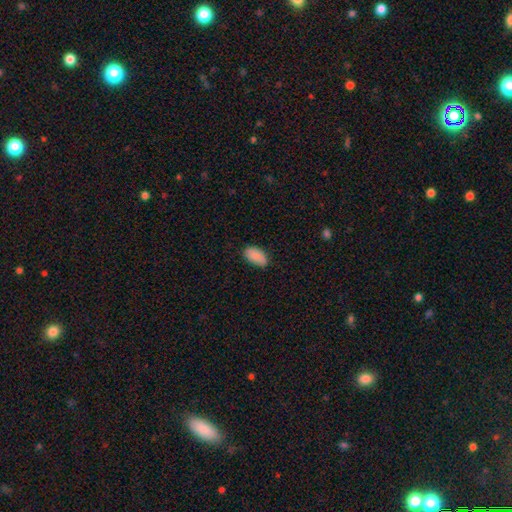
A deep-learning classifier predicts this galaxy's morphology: smooth 88%, star or artifact 7%, featured or disk 5%. Down the decision tree: how rounded — in between (94%); merging — none (74%).